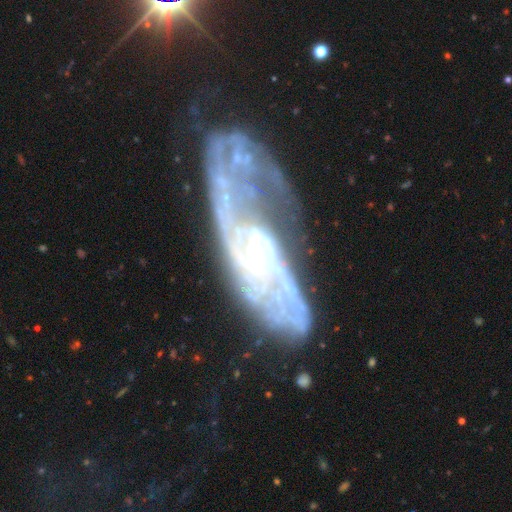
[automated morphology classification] The model was most divided on "merging" (2-way tie): none: 35%, major disturbance: 35%, minor disturbance: 20%, merger: 11%; "spiral winding" (2-way tie): tight: 38%, medium: 38%, loose: 24%. Remaining: edge-on disk — no (89%); smooth or featured — featured or disk (84%); spiral arms — yes (84%); bar — no (54%); bulge size — small (53%); spiral arm count — 2 (37%).